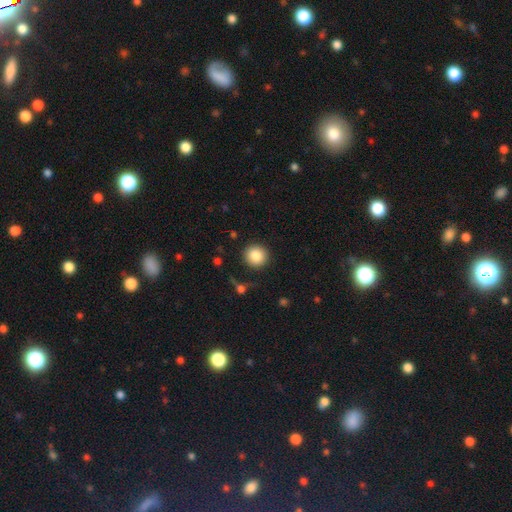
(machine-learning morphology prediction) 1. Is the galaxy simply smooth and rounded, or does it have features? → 85% smooth, 9% star or artifact, 6% featured or disk.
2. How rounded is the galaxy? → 93% round, 6% in between, 1% cigar-shaped.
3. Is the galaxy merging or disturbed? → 89% none, 7% minor disturbance, 3% major disturbance, 2% merger.